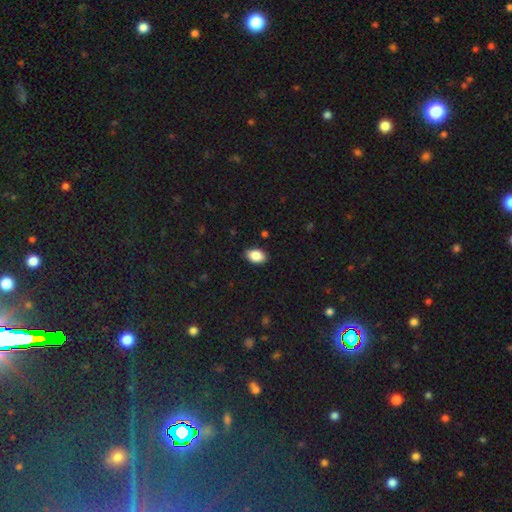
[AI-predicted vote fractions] A smooth galaxy with no disk features (88%) that is in between round and cigar-shaped (89%). Merging: none (87%).